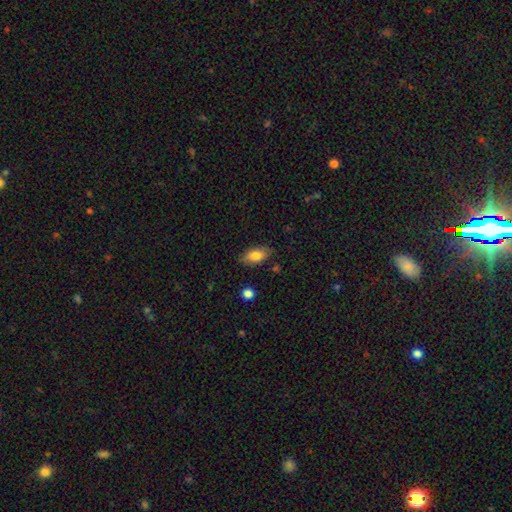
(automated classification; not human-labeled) This appears to be a smooth galaxy with no disk features (83%) that is in between round and cigar-shaped (90%). Merging: none (82%).